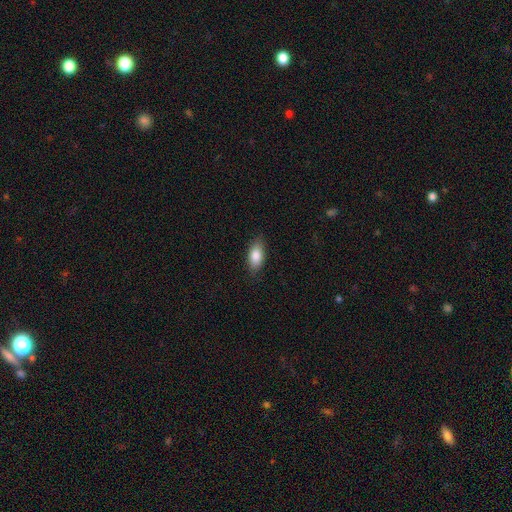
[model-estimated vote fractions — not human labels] smooth 84%, featured or disk 9%, star or artifact 7%. Down the decision tree: how rounded — in between (89%); merging — none (84%).